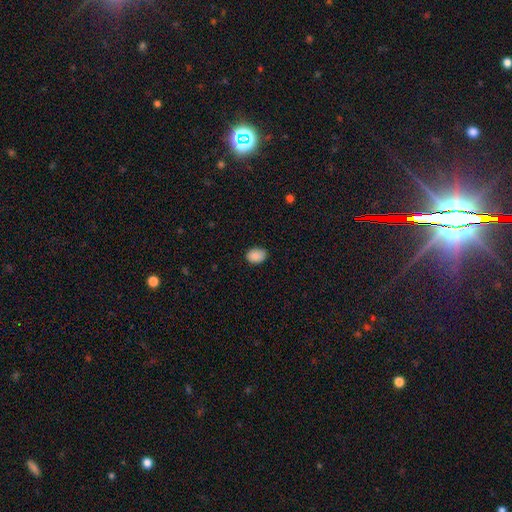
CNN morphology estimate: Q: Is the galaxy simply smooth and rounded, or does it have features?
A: smooth — 89%.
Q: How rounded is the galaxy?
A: in between — 77%.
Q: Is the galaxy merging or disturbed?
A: none — 83%.